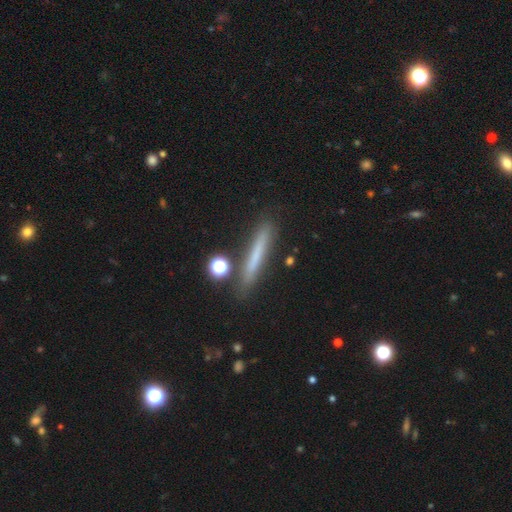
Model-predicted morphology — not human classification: Overall: smooth (60%; featured or disk 31%). How rounded: cigar-shaped (94%). Merging: none (82%).